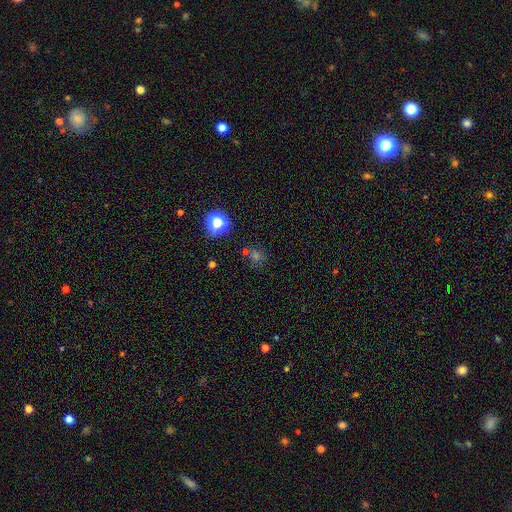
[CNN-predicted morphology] Overall: smooth (47%; star or artifact 44%). Merging: none (71%).